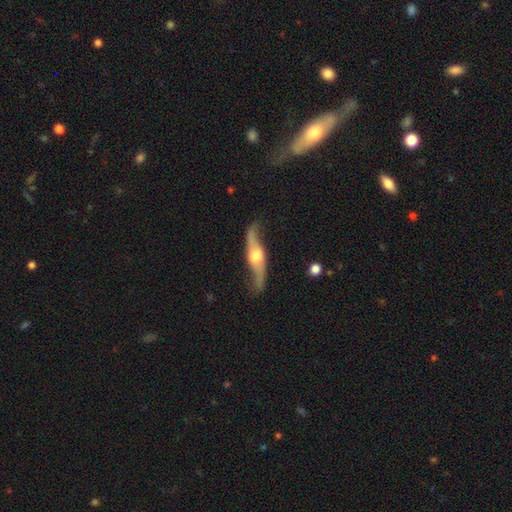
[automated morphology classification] The model was most divided on "edge-on disk": yes: 59%, no: 41%. More confident: smooth or featured — featured or disk (78%); merging — none (70%).